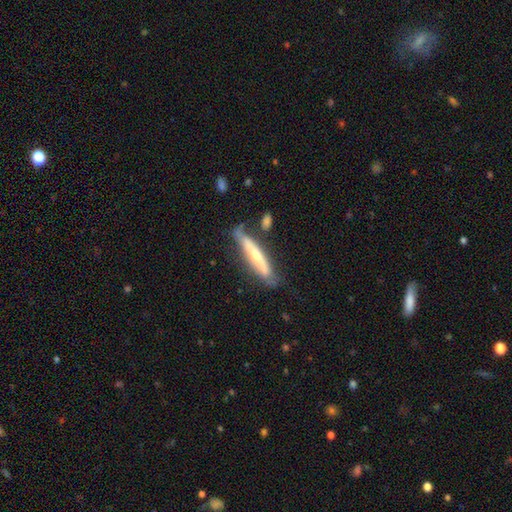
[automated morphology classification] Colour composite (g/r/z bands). It shows a featured or disk galaxy (51%) viewed edge-on (79%). Merging: none (60%).